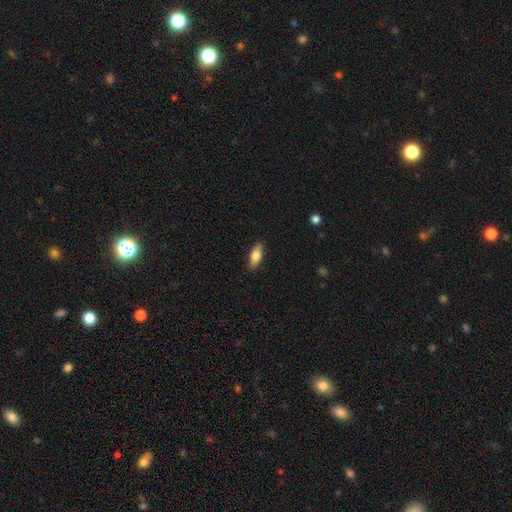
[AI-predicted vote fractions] The model was most divided on "how rounded": in between: 76%, cigar-shaped: 22%, round: 2%. More confident: merging — none (87%); smooth or featured — smooth (79%).